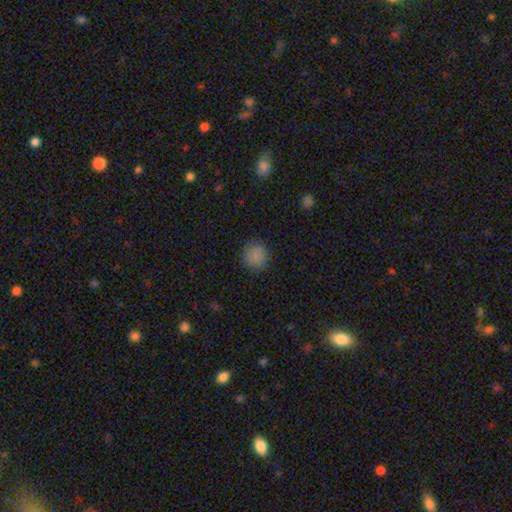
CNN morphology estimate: Overall: smooth (85%). How rounded: round (90%). Merging: none (88%).